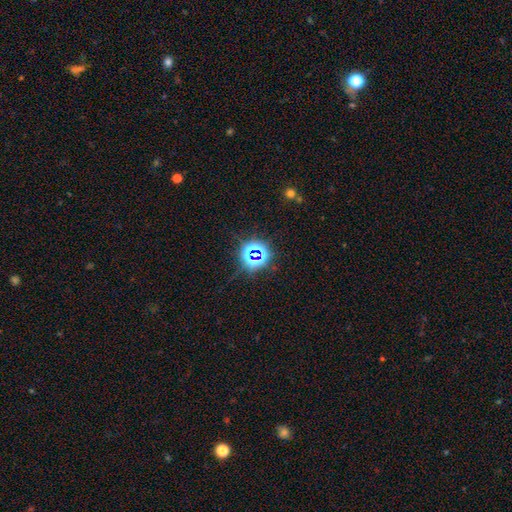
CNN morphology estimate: A star or artifact, not a galaxy (75%).

Vote fractions:
- Smooth or featured? star or artifact: 75% / smooth: 16% / featured or disk: 9%